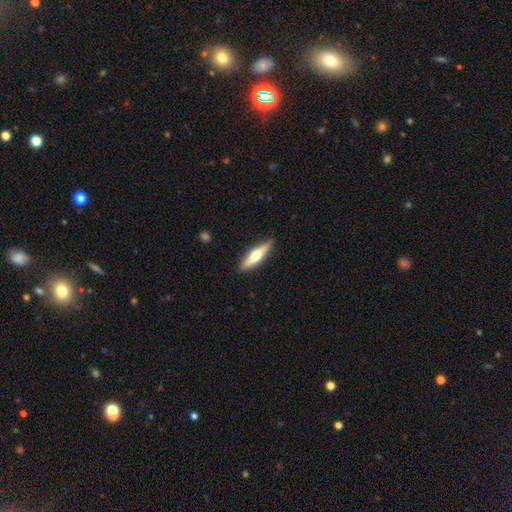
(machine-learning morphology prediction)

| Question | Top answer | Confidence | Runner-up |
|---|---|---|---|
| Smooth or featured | featured or disk | 60% | smooth (35%) |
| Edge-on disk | yes | 96% | no (4%) |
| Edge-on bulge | rounded | 94% | boxy (3%) |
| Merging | none | 90% | minor disturbance (8%) |